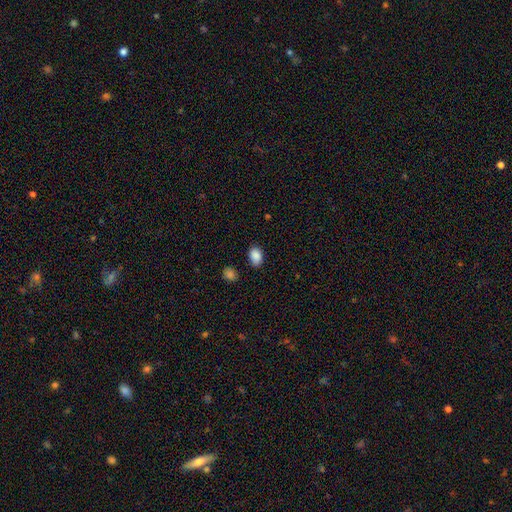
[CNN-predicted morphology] This appears to be a smooth galaxy with no disk features (88%) that is in between round and cigar-shaped (82%). Merging: none (76%).